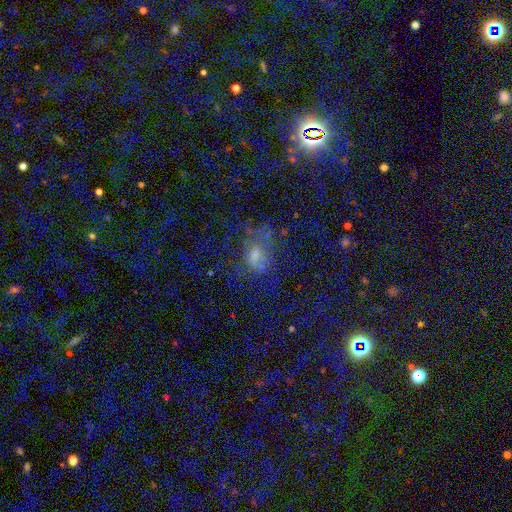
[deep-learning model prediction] smooth-or-featured: smooth: 38% | featured or disk: 35% | star or artifact: 27%
  merging: none: 42% | major disturbance: 33% | minor disturbance: 20% | merger: 5%